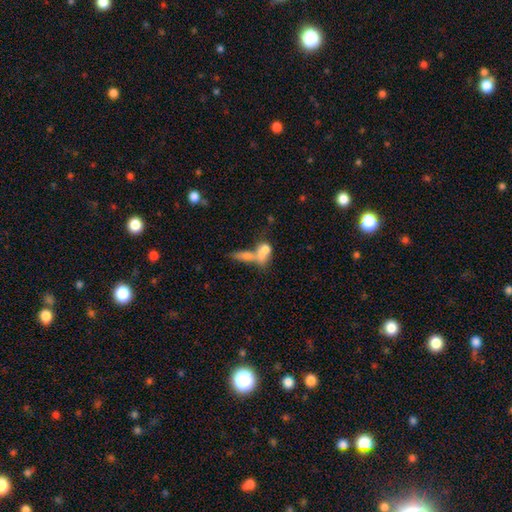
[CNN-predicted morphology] Smooth or featured: smooth — 58% (featured or disk — 27%)
How rounded: in between — 58% (cigar-shaped — 28%)
Merging: merger — 60% (none — 24%)